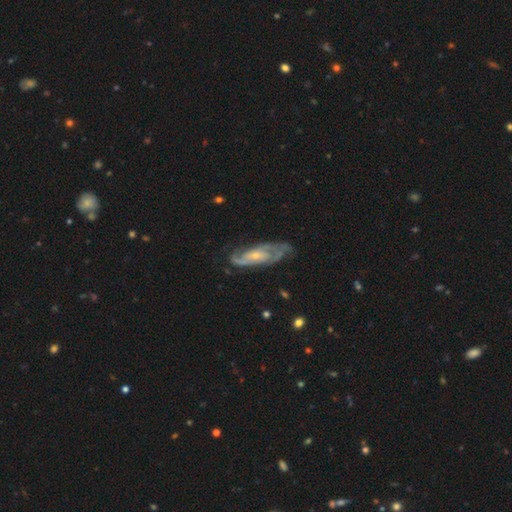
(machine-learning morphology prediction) Smooth or featured?
  - featured or disk: 83% *
  - smooth: 12%
  - star or artifact: 5%
Edge-on disk?
  - no: 89% *
  - yes: 11%
Bar?
  - no: 62% *
  - weak: 29%
  - strong: 8%
Spiral arms?
  - yes: 93% *
  - no: 7%
Spiral winding?
  - tight: 44% *
  - medium: 42%
  - loose: 14%
Spiral arm count?
  - 2: 54% *
  - can't tell: 23%
  - 3: 12%
  - 1: 4%
  - 4: 3%
  - more than 4: 3%
Bulge size?
  - small: 69% *
  - moderate: 26%
  - none: 3%
  - large: 1%
  - dominant: 1%
Merging?
  - none: 62% *
  - minor disturbance: 23%
  - major disturbance: 13%
  - merger: 2%